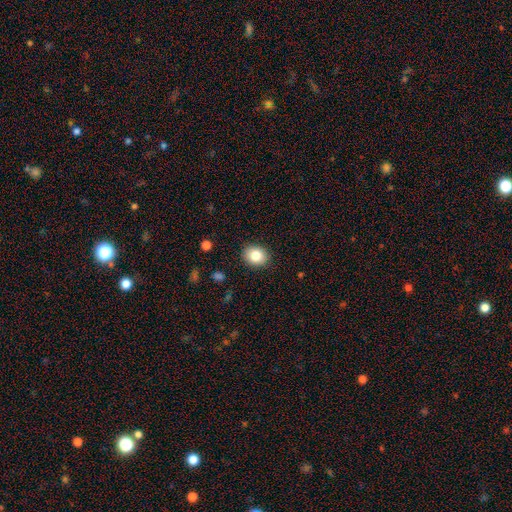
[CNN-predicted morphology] Q: Smooth or featured?
A: smooth (83%); runner-up: star or artifact (9%)
Q: How rounded?
A: round (53%); runner-up: in between (47%)
Q: Merging?
A: none (89%); runner-up: minor disturbance (8%)